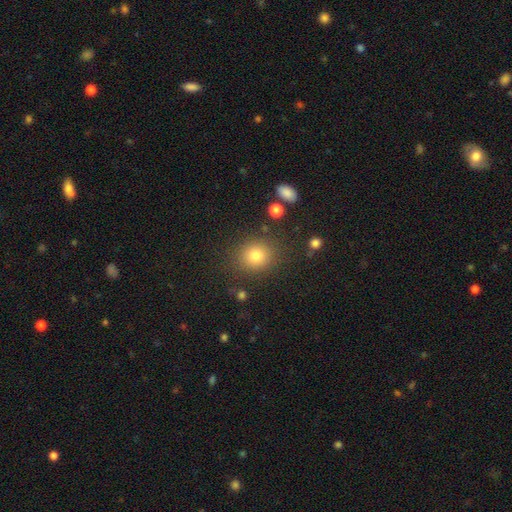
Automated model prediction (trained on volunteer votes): Morphology: type=smooth (80%); roundness=round (73%); merging=none (83%).